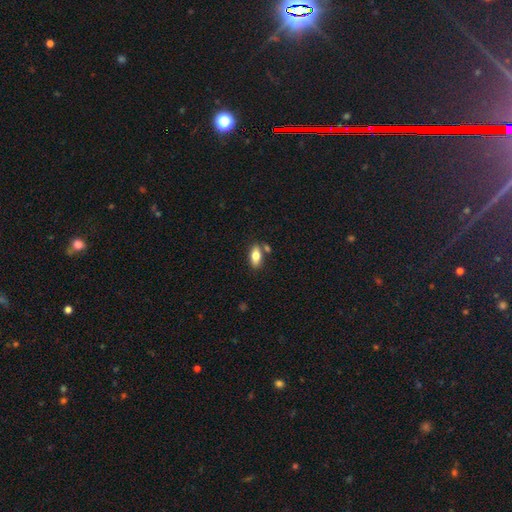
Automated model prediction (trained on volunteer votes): A smooth galaxy with no disk features (77%) that is in between round and cigar-shaped (88%).

Vote fractions:
- Smooth or featured? smooth: 77% / featured or disk: 17% / star or artifact: 7%
- How rounded? in between: 88% / cigar-shaped: 9% / round: 4%
- Merging? none: 74% / minor disturbance: 12% / merger: 12% / major disturbance: 3%